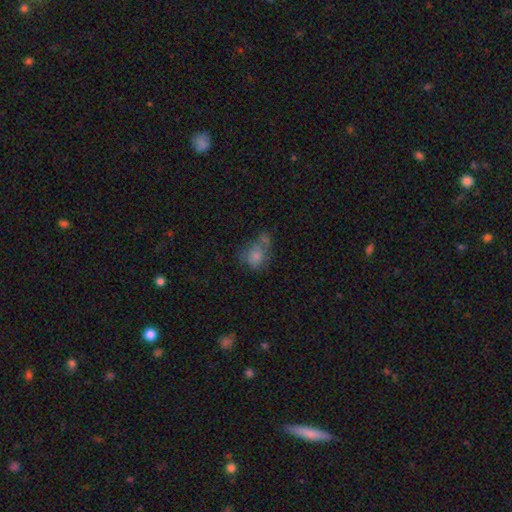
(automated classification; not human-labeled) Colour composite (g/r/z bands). It shows a smooth galaxy with no disk features (71%) that is in between round and cigar-shaped (56%). Merging: merger (35%).